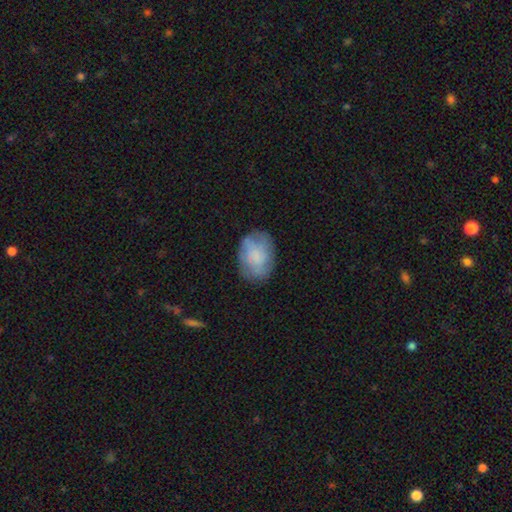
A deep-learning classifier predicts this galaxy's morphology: This is likely a smooth galaxy (62%). How rounded: likely in between (77%). Merging: likely none (74%).